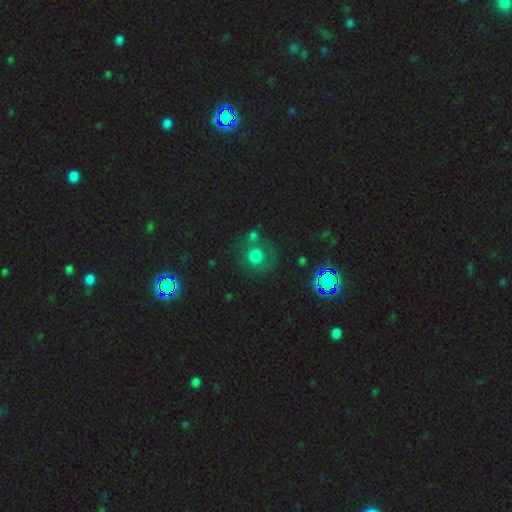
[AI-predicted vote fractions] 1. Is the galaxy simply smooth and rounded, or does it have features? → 55% smooth, 24% star or artifact, 20% featured or disk.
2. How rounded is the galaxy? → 90% round, 9% in between, 1% cigar-shaped.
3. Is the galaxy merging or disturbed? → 66% none, 13% minor disturbance, 12% merger, 9% major disturbance.